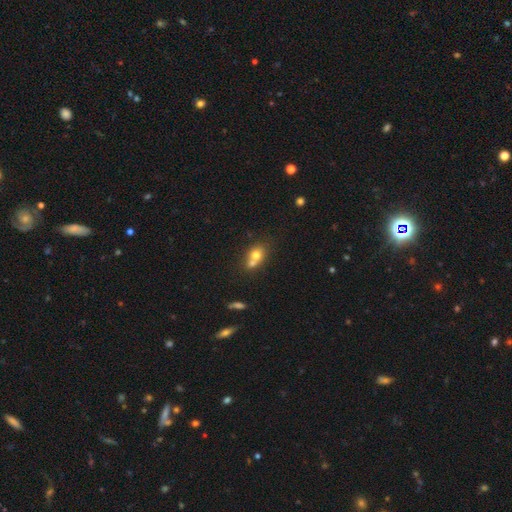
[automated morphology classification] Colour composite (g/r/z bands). It shows a smooth galaxy with no disk features (70%) that is round (54%). Merging: merger (58%).